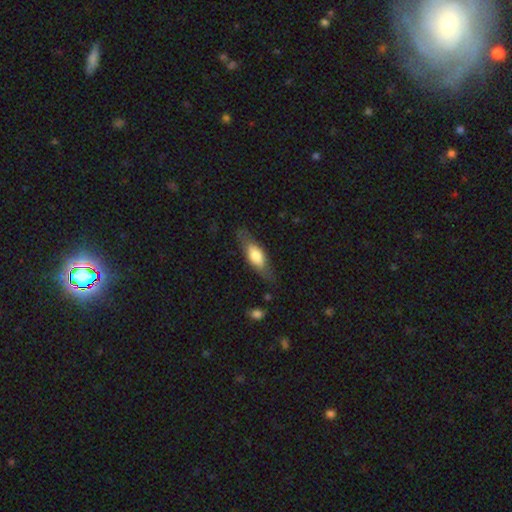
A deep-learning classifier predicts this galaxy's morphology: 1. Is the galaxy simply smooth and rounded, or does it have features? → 62% smooth, 33% featured or disk, 6% star or artifact.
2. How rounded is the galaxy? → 61% in between, 37% cigar-shaped, 3% round.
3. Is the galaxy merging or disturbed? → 73% none, 19% minor disturbance, 6% major disturbance, 2% merger.